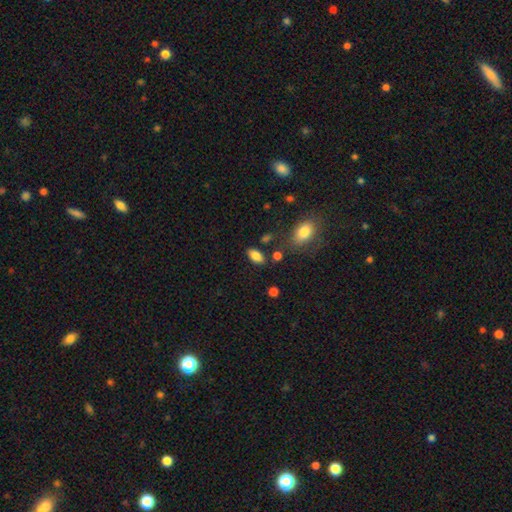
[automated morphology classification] A smooth galaxy with no disk features (84%) that is in between round and cigar-shaped (92%).

Vote fractions:
- Smooth or featured? smooth: 84% / star or artifact: 9% / featured or disk: 7%
- How rounded? in between: 92% / round: 5% / cigar-shaped: 3%
- Merging? none: 80% / minor disturbance: 12% / merger: 5% / major disturbance: 3%